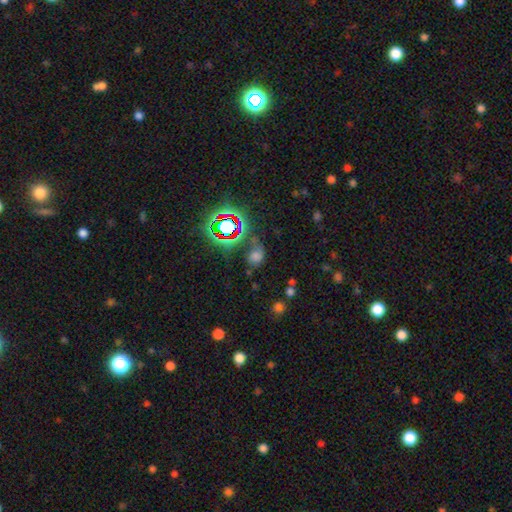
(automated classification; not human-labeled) A smooth galaxy with no disk features (49%). Merging: none (55%).